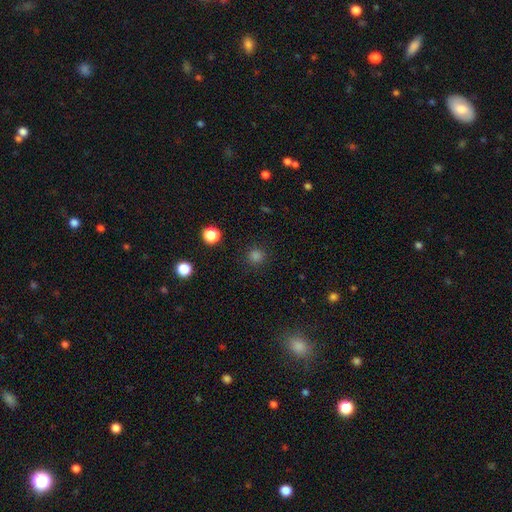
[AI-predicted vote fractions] A smooth galaxy with no disk features (79%) that is round (94%). Merging: none (90%).